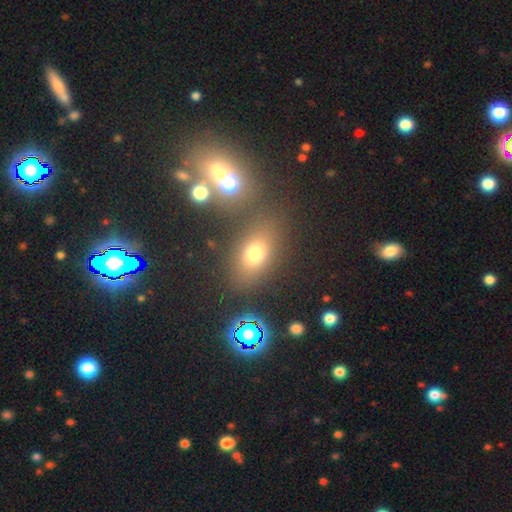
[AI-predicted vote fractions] Q: Smooth or featured?
A: smooth (57%); runner-up: star or artifact (28%)
Q: How rounded?
A: in between (70%); runner-up: round (26%)
Q: Merging?
A: none (72%); runner-up: merger (12%)